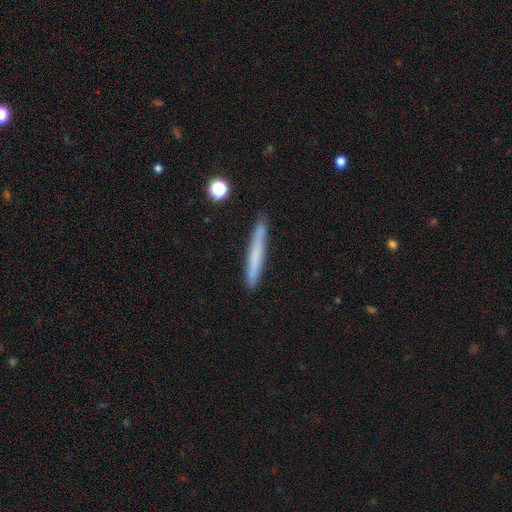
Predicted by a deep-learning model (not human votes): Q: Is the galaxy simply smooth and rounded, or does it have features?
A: smooth — 66%.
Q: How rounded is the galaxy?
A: cigar-shaped — 96%.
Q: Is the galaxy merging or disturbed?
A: none — 89%.